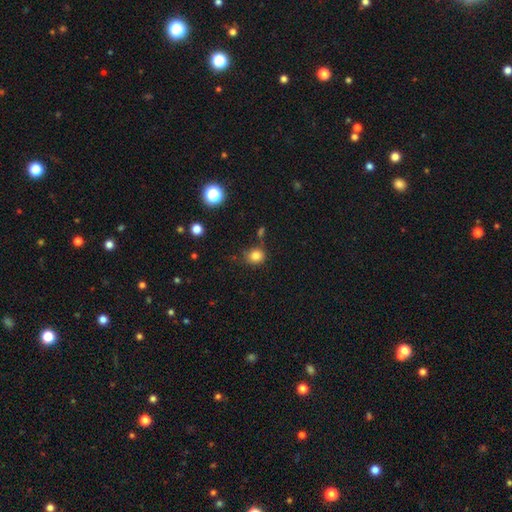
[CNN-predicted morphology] A smooth galaxy with no disk features (81%) that is round (74%). Merging: none (73%).